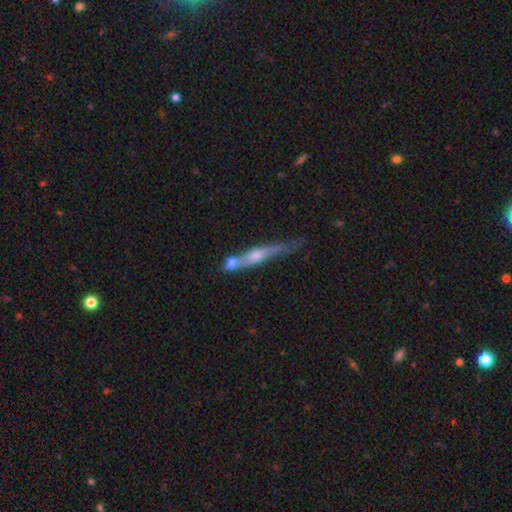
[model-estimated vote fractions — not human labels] Q: Smooth or featured?
A: featured or disk (61%); runner-up: smooth (31%)
Q: Edge-on disk?
A: yes (90%); runner-up: no (10%)
Q: Edge-on bulge?
A: rounded (74%); runner-up: none (18%)
Q: Merging?
A: none (51%); runner-up: merger (22%)